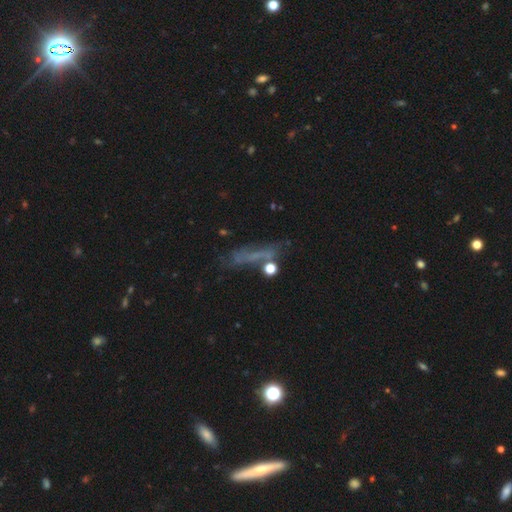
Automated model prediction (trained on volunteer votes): Q: Smooth or featured?
A: smooth (41%); runner-up: featured or disk (32%)
Q: Merging?
A: none (53%); runner-up: minor disturbance (18%)